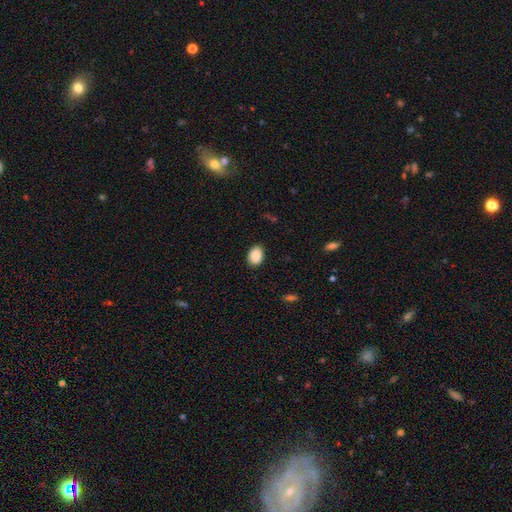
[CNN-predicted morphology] This is clearly a smooth galaxy (89%). How rounded: likely in between (77%). Merging: clearly none (87%).